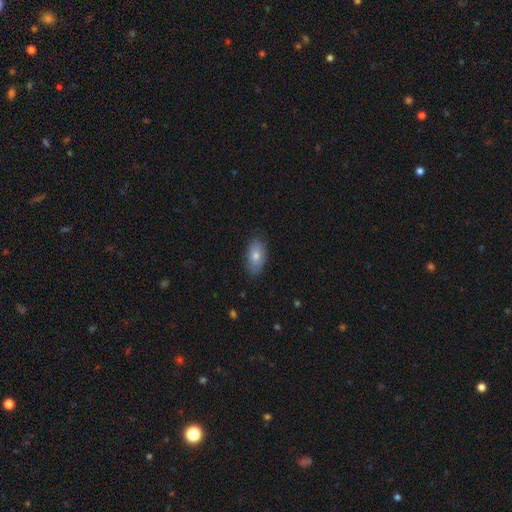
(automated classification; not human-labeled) Overall: smooth (73%). How rounded: in between (91%). Merging: none (85%).